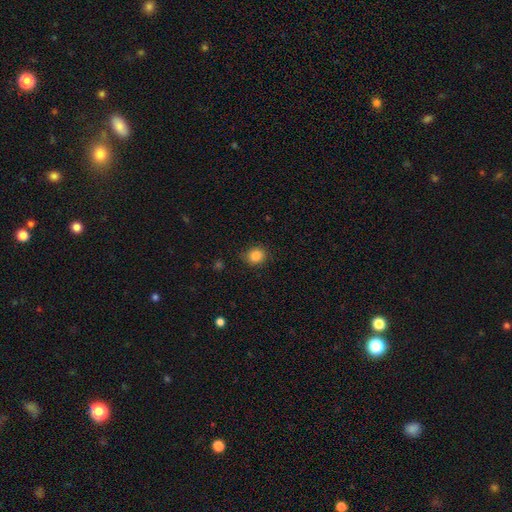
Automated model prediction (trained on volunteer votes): The model was most divided on "how rounded": round: 75%, in between: 24%, cigar-shaped: 1%. More confident: smooth or featured — smooth (85%); merging — none (84%).